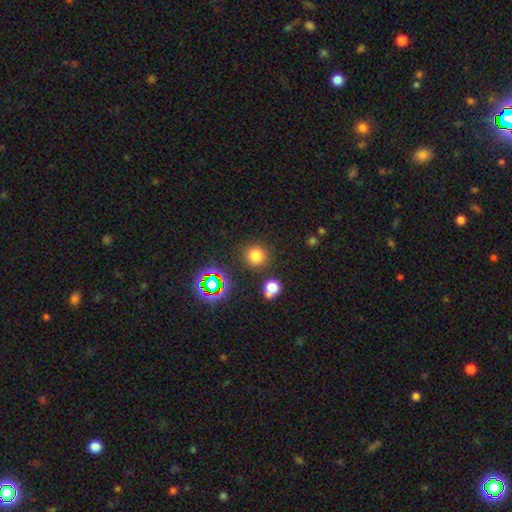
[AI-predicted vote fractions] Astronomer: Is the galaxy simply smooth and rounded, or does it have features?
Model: smooth — 74%.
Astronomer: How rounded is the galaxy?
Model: round — 92%.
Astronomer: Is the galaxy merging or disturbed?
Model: none — 84%.